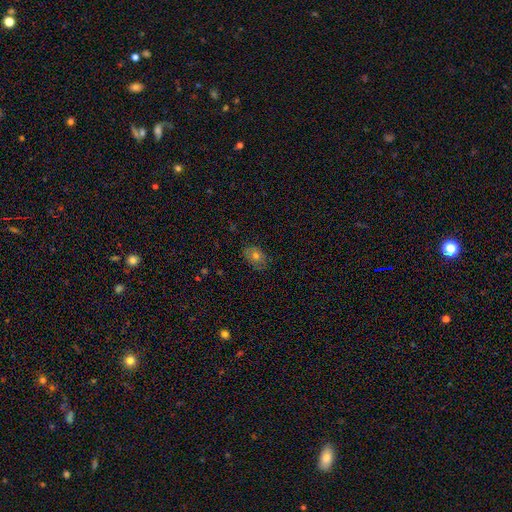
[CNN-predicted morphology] Smooth or featured: smooth — 69% (featured or disk — 19%)
How rounded: in between — 73% (round — 26%)
Merging: none — 80% (minor disturbance — 16%)